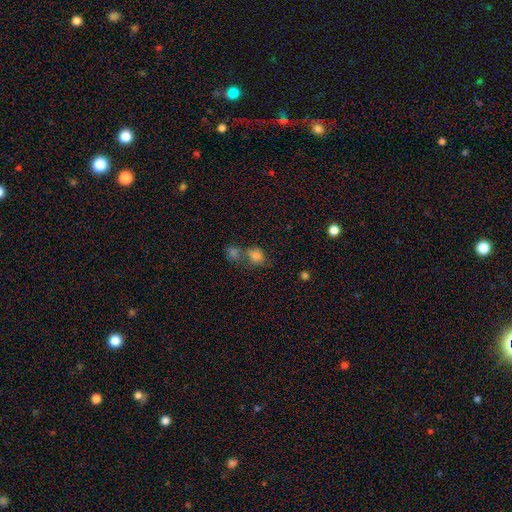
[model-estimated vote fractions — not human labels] A smooth galaxy with no disk features (77%) that is round (58%).

Vote fractions:
- Smooth or featured? smooth: 77% / star or artifact: 13% / featured or disk: 9%
- How rounded? round: 58% / in between: 41% / cigar-shaped: 1%
- Merging? merger: 44% / none: 38% / minor disturbance: 11% / major disturbance: 6%